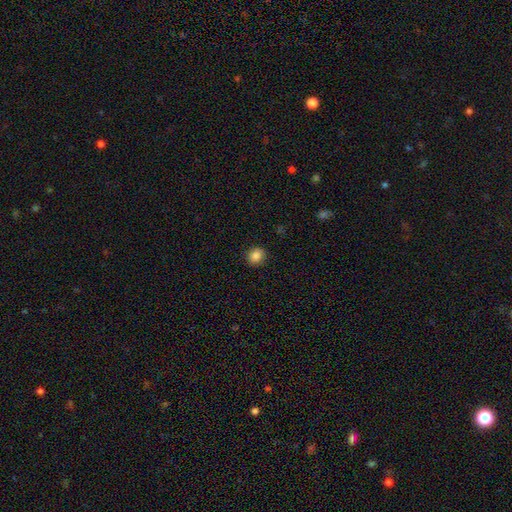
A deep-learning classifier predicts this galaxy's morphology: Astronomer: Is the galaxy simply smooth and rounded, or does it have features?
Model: smooth — 86%.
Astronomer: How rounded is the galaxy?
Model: round — 77%.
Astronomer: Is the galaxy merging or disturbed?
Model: none — 91%.